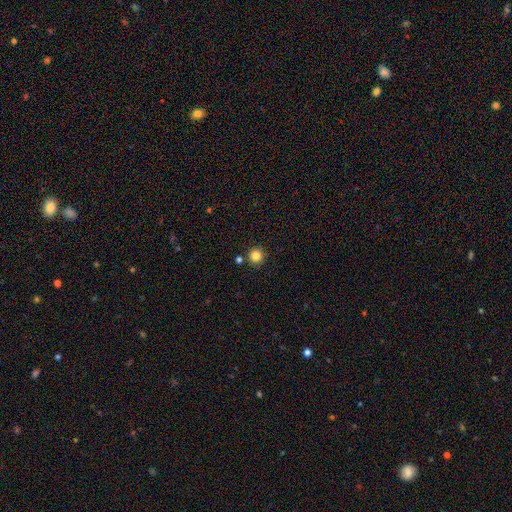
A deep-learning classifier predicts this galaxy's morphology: This is clearly a smooth galaxy (84%). How rounded: clearly round (95%). Merging: clearly none (86%).